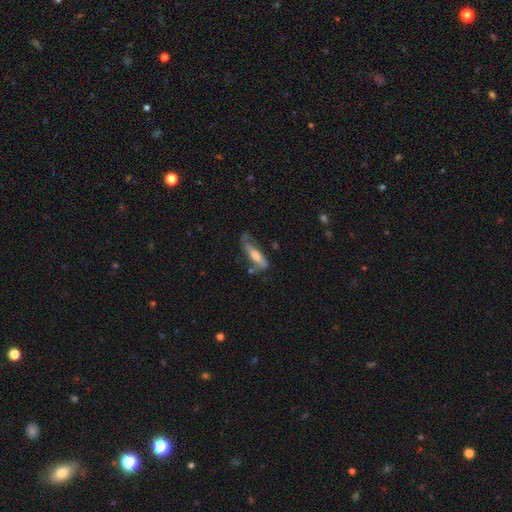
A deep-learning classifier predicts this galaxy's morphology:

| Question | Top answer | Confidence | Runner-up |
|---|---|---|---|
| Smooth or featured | smooth | 52% | featured or disk (41%) |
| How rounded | cigar-shaped | 64% | in between (35%) |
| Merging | none | 48% | minor disturbance (29%) |